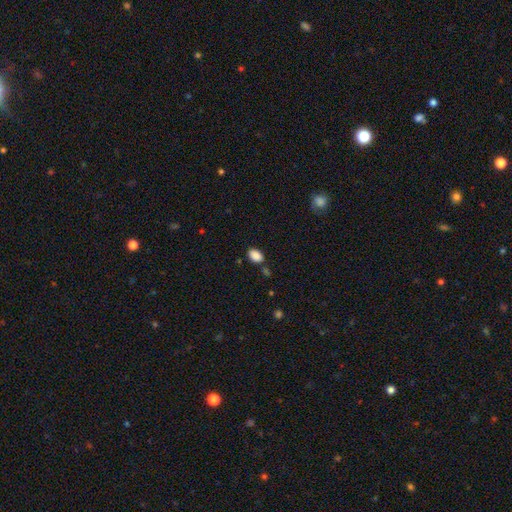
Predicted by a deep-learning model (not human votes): The model was most divided on "merging": none: 73%, minor disturbance: 15%, merger: 7%, major disturbance: 4%. More confident: smooth or featured — smooth (88%); how rounded — in between (86%).